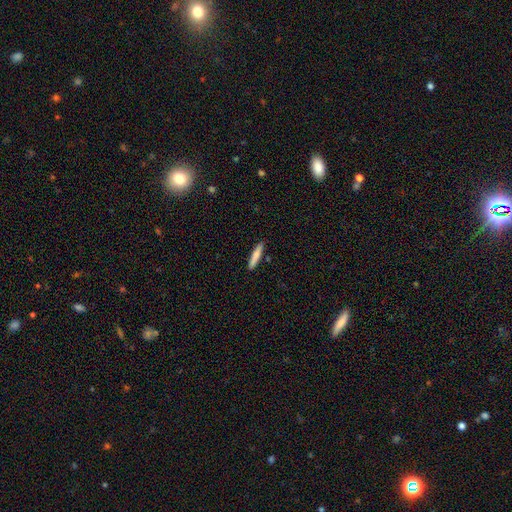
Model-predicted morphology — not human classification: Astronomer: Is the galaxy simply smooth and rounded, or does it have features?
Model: smooth — 77%.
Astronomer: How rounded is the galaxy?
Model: cigar-shaped — 91%.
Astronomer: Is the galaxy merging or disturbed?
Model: none — 90%.